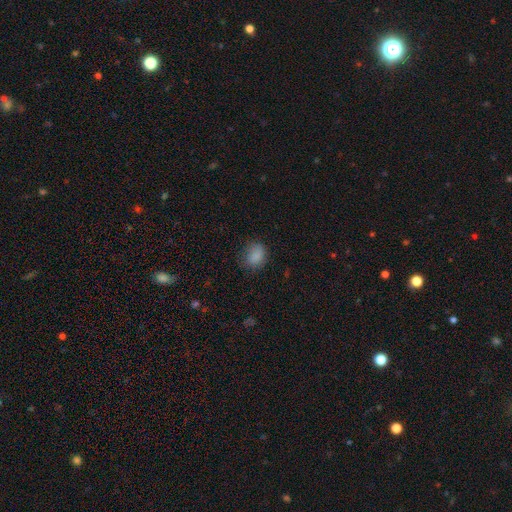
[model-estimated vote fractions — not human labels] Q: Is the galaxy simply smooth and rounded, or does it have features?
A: smooth — 85%.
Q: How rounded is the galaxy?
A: in between — 51%.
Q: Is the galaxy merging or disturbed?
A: none — 73%.